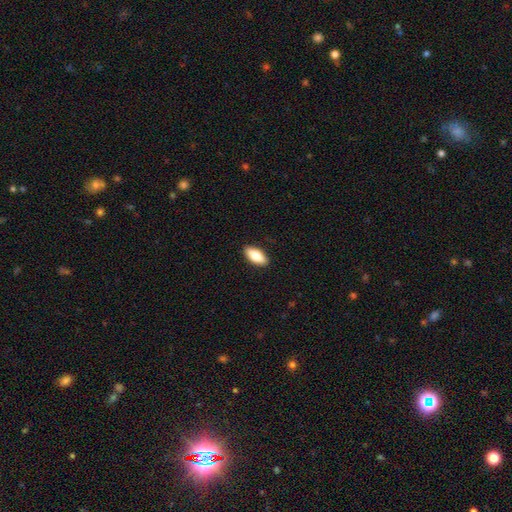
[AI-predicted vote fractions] This appears to be a smooth galaxy with no disk features (77%) that is in between round and cigar-shaped (85%). Merging: none (90%).